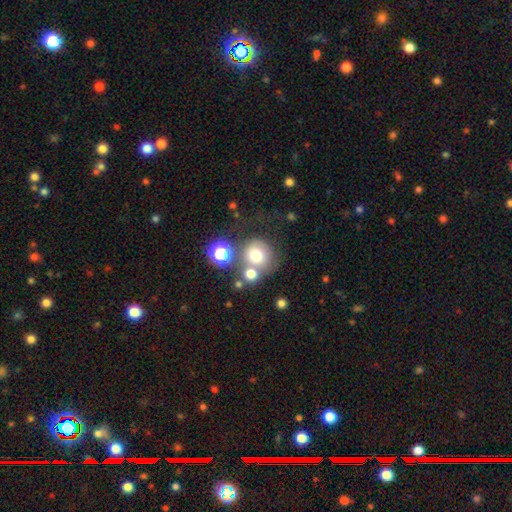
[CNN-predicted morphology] type=smooth (70%); roundness=round (87%); merging=none (51%).